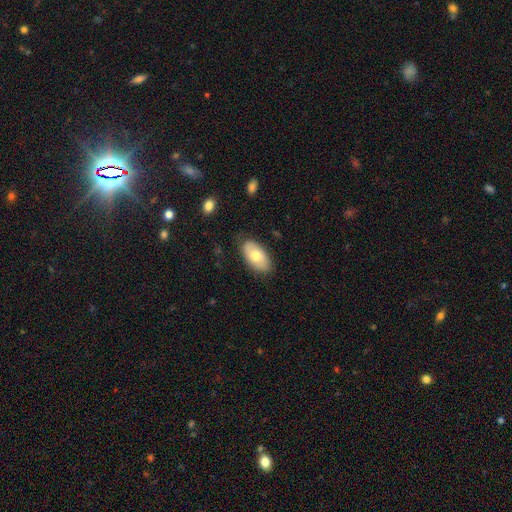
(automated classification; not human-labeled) The model was most divided on "smooth or featured": smooth: 69%, featured or disk: 25%, star or artifact: 6%. More confident: how rounded — in between (94%); merging — none (80%).